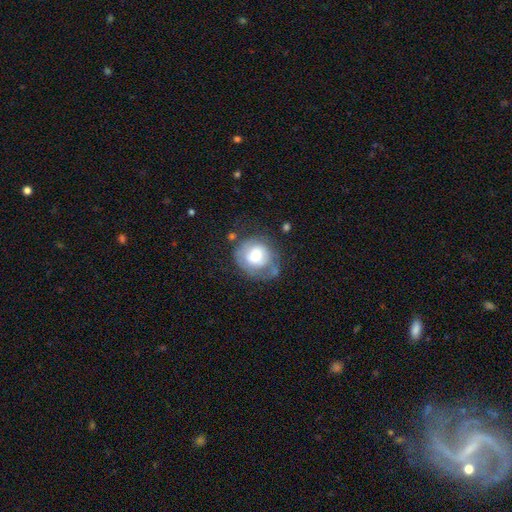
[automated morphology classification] Smooth or featured?
  - smooth: 54% *
  - featured or disk: 38%
  - star or artifact: 8%
How rounded?
  - round: 78% *
  - in between: 21%
  - cigar-shaped: 1%
Merging?
  - none: 46% *
  - minor disturbance: 27%
  - major disturbance: 21%
  - merger: 6%